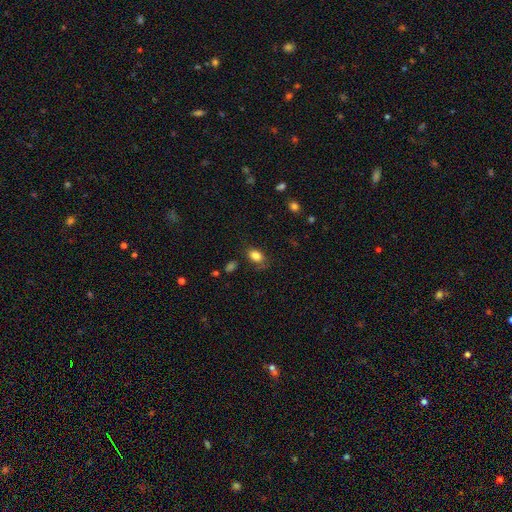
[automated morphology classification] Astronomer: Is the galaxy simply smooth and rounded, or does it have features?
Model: smooth — 83%.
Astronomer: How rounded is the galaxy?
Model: in between — 82%.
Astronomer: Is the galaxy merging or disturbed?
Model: none — 73%.